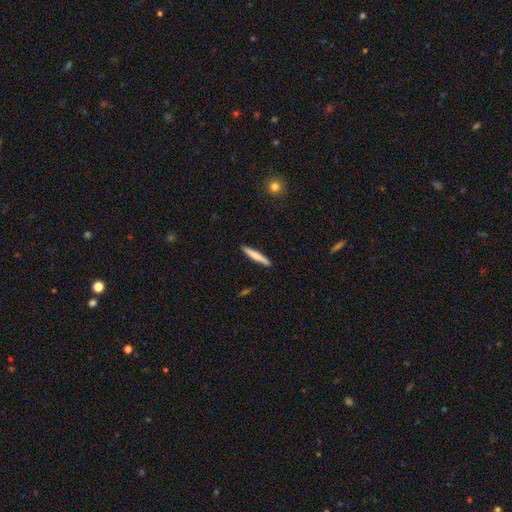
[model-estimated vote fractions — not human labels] Q: Smooth or featured?
A: smooth (63%); runner-up: featured or disk (32%)
Q: How rounded?
A: cigar-shaped (94%); runner-up: in between (5%)
Q: Merging?
A: none (90%); runner-up: minor disturbance (7%)